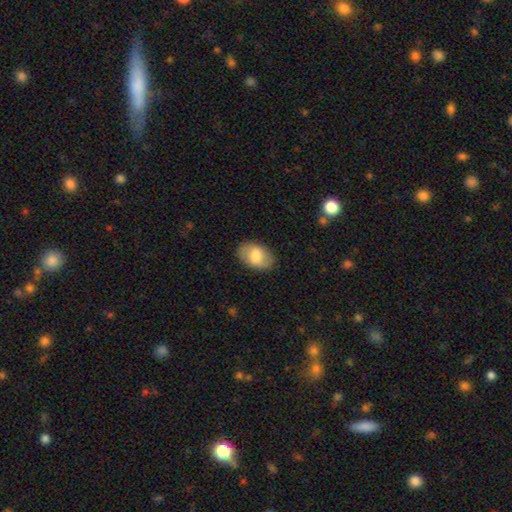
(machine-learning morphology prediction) type=smooth (71%); roundness=in between (90%); merging=none (85%).